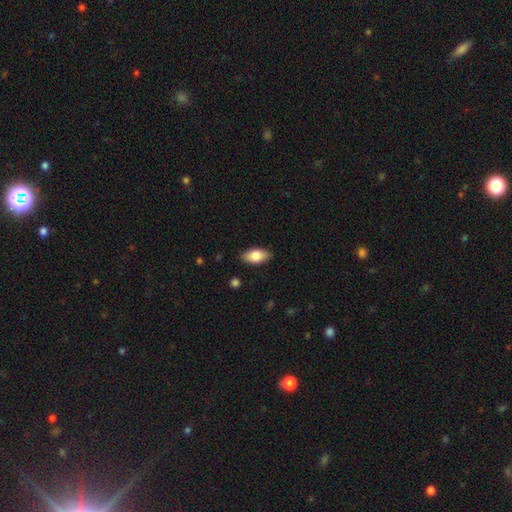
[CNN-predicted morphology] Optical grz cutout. It shows a smooth galaxy with no disk features (78%) that is in between round and cigar-shaped (90%). Merging: none (87%).